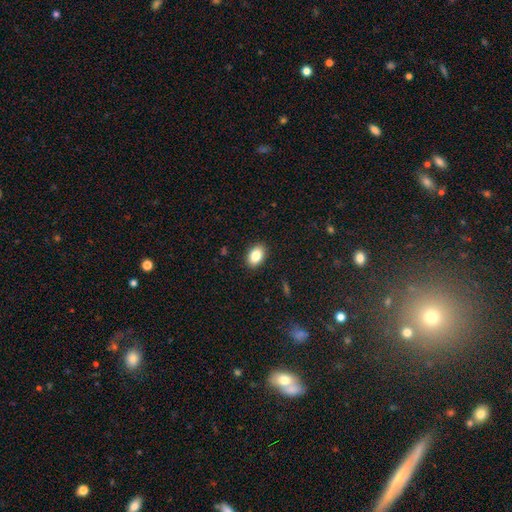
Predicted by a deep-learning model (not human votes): smooth-or-featured: smooth: 84% | star or artifact: 8% | featured or disk: 7%
  how-rounded: in between: 84% | round: 15% | cigar-shaped: 1%
  merging: none: 89% | minor disturbance: 8% | major disturbance: 2% | merger: 1%